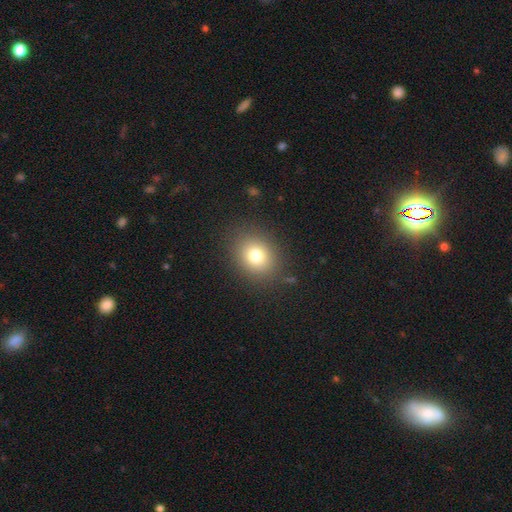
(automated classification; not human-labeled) Morphology: type=smooth (78%); roundness=round (59%); merging=none (86%).